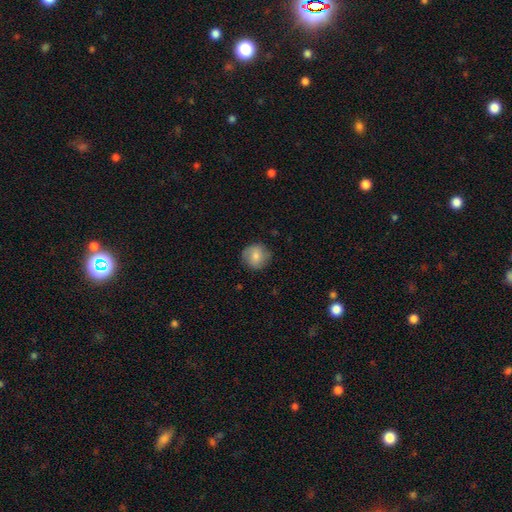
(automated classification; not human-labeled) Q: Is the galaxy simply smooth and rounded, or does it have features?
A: smooth — 78%.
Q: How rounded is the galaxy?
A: round — 89%.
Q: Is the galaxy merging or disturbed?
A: none — 83%.